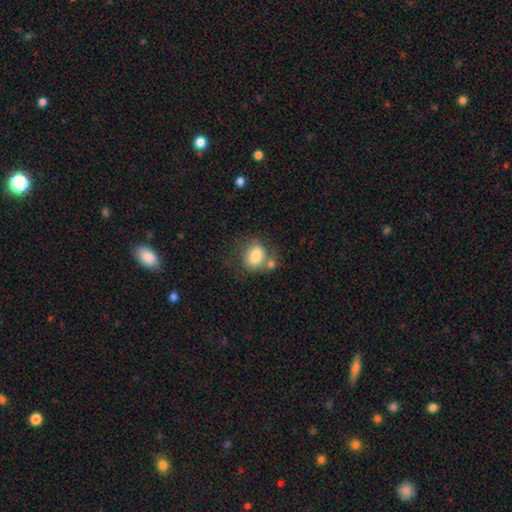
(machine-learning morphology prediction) type=smooth (76%); roundness=round (53%); merging=none (43%).